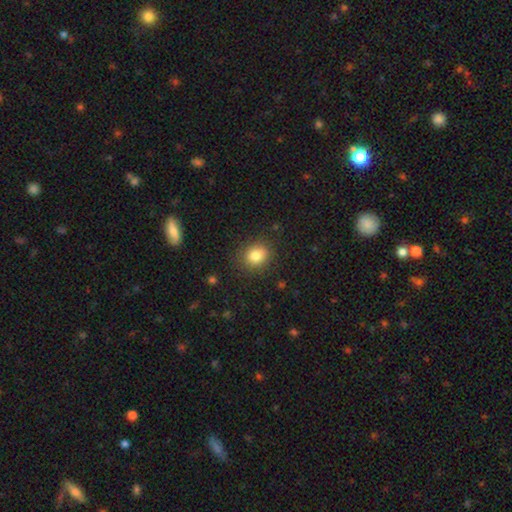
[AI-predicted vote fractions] A smooth galaxy with no disk features (83%) that is round (71%). Merging: none (85%).